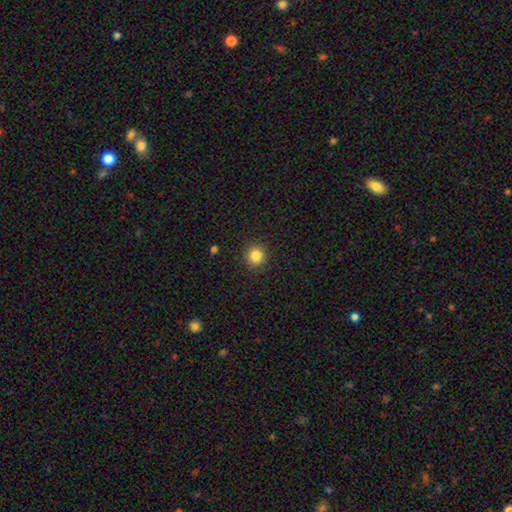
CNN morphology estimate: Overall: smooth (84%). How rounded: round (92%). Merging: none (91%).